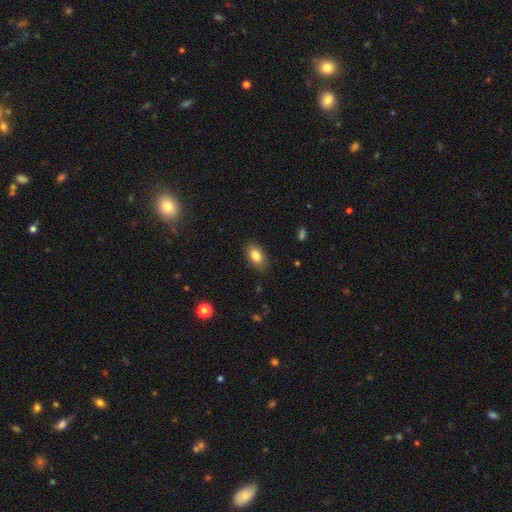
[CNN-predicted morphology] smooth 83%, featured or disk 9%, star or artifact 8%. Down the decision tree: how rounded — in between (89%); merging — none (85%).